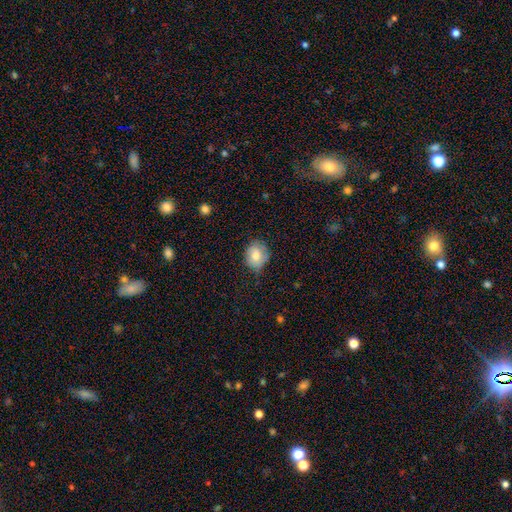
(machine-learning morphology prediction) This appears to be a smooth galaxy with no disk features (76%) that is round (59%). Merging: none (67%).